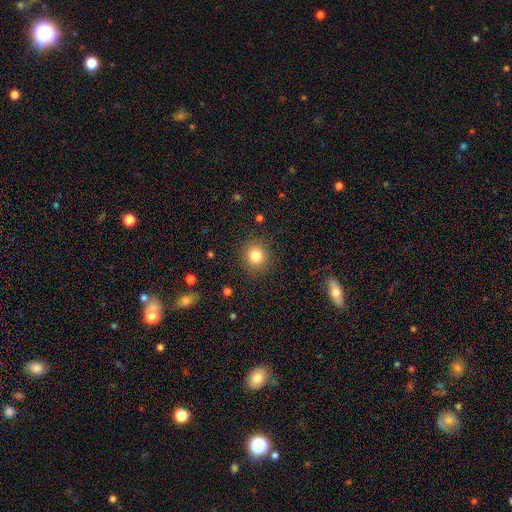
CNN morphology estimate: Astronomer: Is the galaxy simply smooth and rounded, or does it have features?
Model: smooth — 82%.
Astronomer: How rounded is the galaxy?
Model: round — 86%.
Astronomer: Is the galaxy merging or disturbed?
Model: none — 88%.